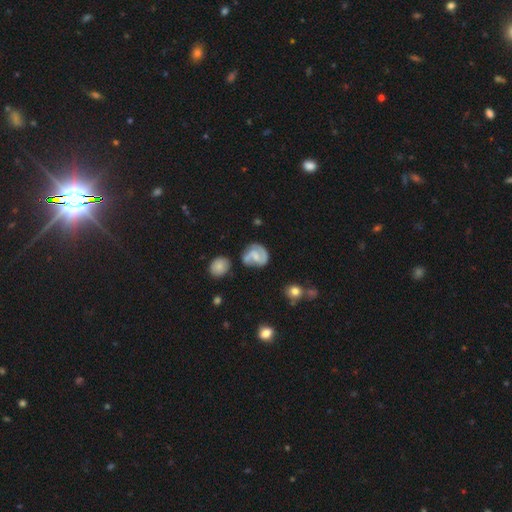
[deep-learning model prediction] Q: Smooth or featured?
A: featured or disk (74%); runner-up: smooth (19%)
Q: Edge-on disk?
A: no (98%); runner-up: yes (2%)
Q: Bar?
A: weak (47%); runner-up: no (40%)
Q: Spiral arms?
A: yes (93%); runner-up: no (7%)
Q: Spiral winding?
A: medium (50%); runner-up: tight (32%)
Q: Spiral arm count?
A: 2 (78%); runner-up: can't tell (8%)
Q: Bulge size?
A: small (47%); runner-up: moderate (28%)
Q: Merging?
A: none (57%); runner-up: minor disturbance (20%)